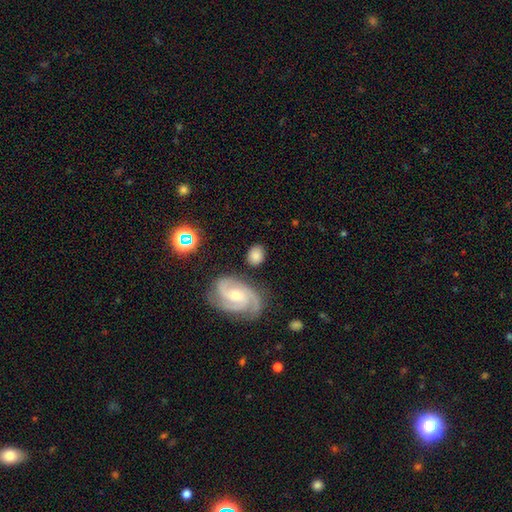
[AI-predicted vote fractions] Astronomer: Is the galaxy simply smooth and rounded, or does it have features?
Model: smooth — 65%.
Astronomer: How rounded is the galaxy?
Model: in between — 55% (runner-up: round, 44%).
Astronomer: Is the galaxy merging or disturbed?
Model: none — 77%.